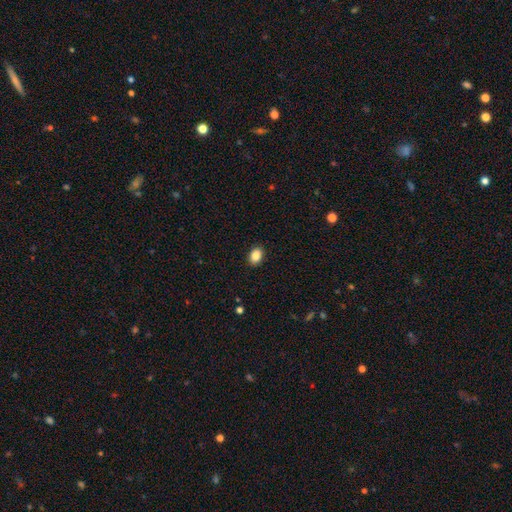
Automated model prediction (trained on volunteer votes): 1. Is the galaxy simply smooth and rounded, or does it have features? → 87% smooth, 8% star or artifact, 4% featured or disk.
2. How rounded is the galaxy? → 79% in between, 20% round, 1% cigar-shaped.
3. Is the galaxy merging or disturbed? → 90% none, 7% minor disturbance, 2% major disturbance, 1% merger.